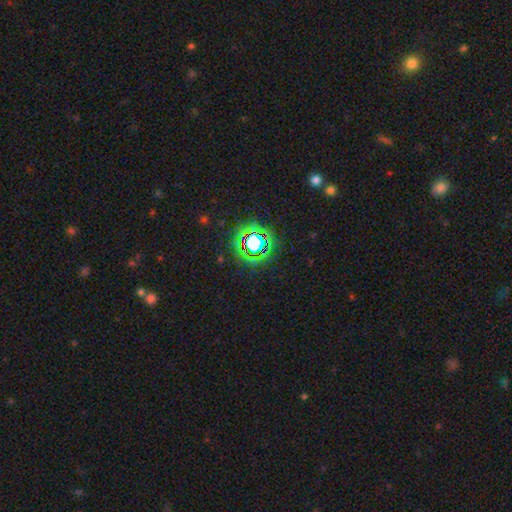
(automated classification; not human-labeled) Overall: star or artifact (74%).